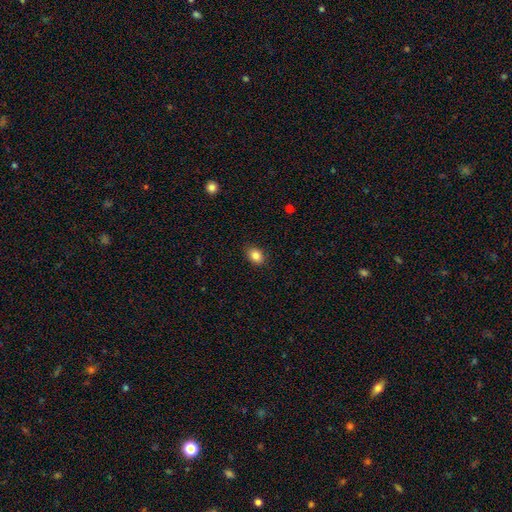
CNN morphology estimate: This appears to be a smooth galaxy with no disk features (84%) that is in between round and cigar-shaped (69%). Merging: none (88%).